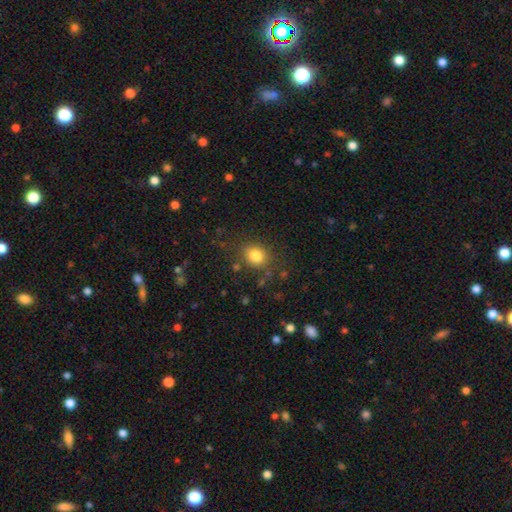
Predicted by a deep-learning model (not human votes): Smooth or featured?
  - smooth: 81% *
  - star or artifact: 12%
  - featured or disk: 7%
How rounded?
  - round: 66% *
  - in between: 34%
  - cigar-shaped: 1%
Merging?
  - none: 81% *
  - minor disturbance: 12%
  - major disturbance: 5%
  - merger: 3%